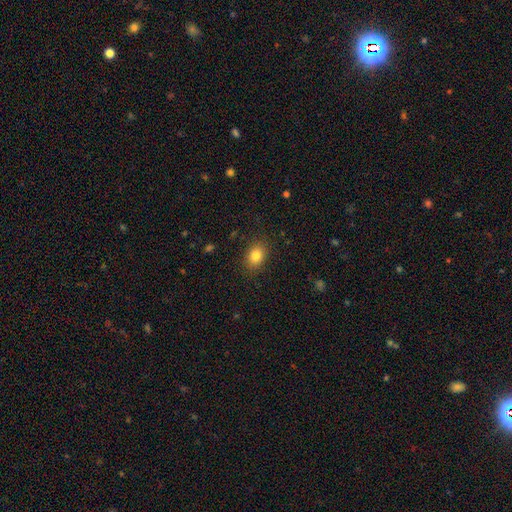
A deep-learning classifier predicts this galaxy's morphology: This appears to be a smooth galaxy with no disk features (84%) that is in between round and cigar-shaped (65%). Merging: none (87%).